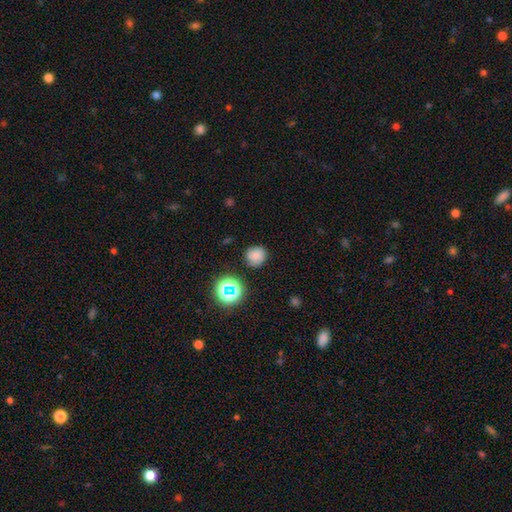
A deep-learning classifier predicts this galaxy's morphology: This appears to be a smooth galaxy with no disk features (73%) that is round (90%). Merging: none (83%).